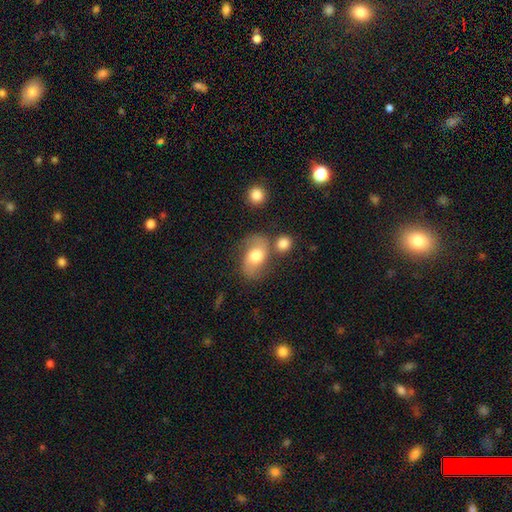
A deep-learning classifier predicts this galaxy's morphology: This is possibly a smooth galaxy (52%). How rounded: likely in between (80%). Merging: possibly none (57%).